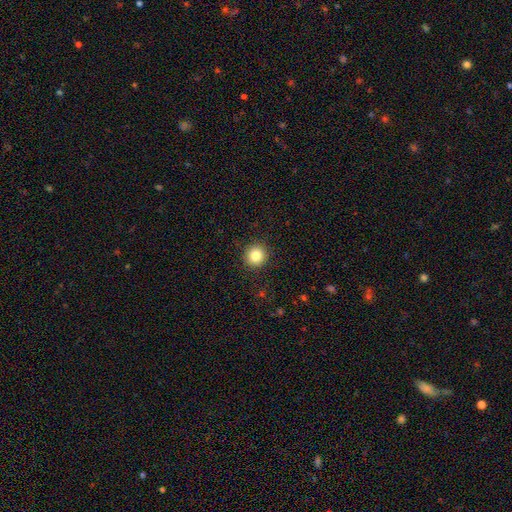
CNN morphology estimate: type=smooth (84%); roundness=round (93%); merging=none (91%).